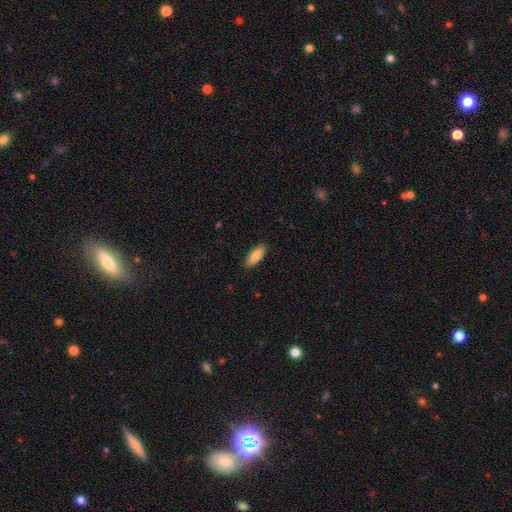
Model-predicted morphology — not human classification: This appears to be a smooth galaxy with no disk features (85%) that is in between round and cigar-shaped (70%). Merging: none (89%).